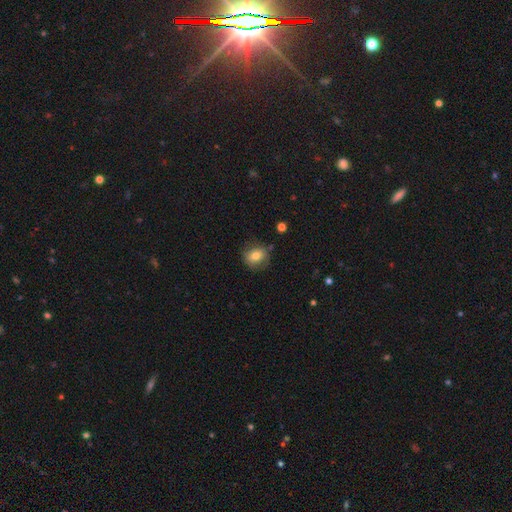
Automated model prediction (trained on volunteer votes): A smooth galaxy with no disk features (73%) that is round (68%). Merging: none (75%).